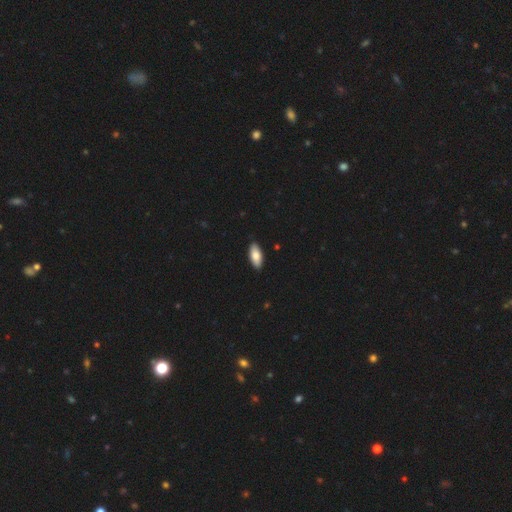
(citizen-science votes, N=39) Smooth or featured?
  - smooth: 77% *
  - featured or disk: 21%
  - star or artifact: 3%
How rounded?
  - in between: 67% *
  - cigar-shaped: 33%
  - round: 0%
Merging?
  - none: 84% *
  - minor disturbance: 13%
  - major disturbance: 3%
  - merger: 0%